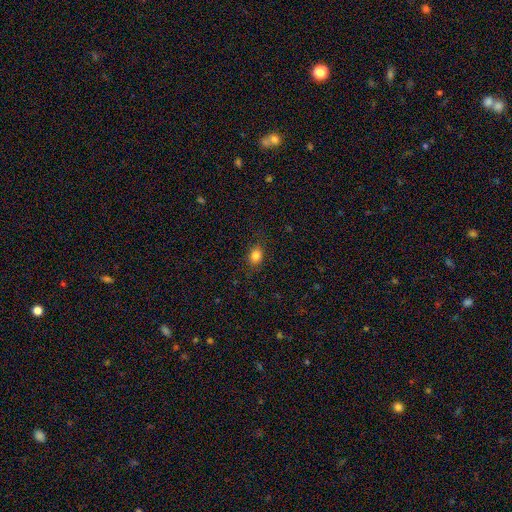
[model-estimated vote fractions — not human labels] Smooth or featured?
  - smooth: 83% *
  - star or artifact: 11%
  - featured or disk: 6%
How rounded?
  - in between: 61% *
  - round: 37%
  - cigar-shaped: 2%
Merging?
  - none: 83% *
  - minor disturbance: 12%
  - major disturbance: 4%
  - merger: 1%